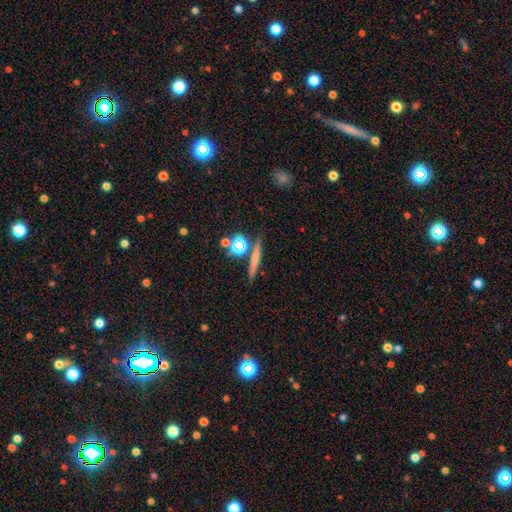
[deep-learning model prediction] This is marginally a smooth galaxy (45%). Merging: clearly none (84%).